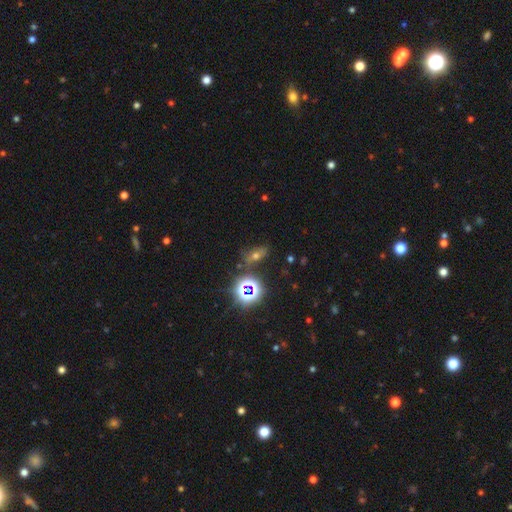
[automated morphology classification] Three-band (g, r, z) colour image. It shows a star or artifact, not a galaxy (41%).